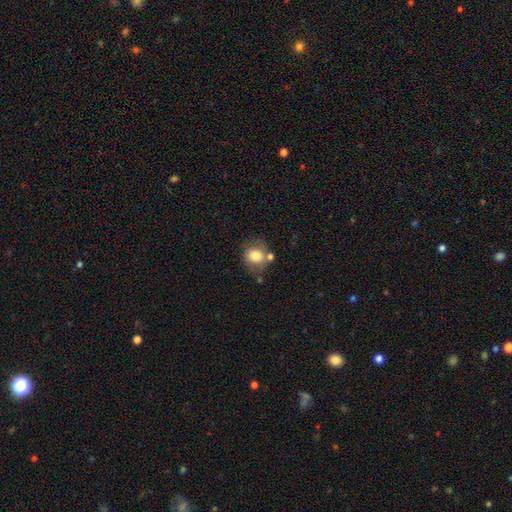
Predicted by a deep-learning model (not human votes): Smooth or featured: smooth — 76% (featured or disk — 15%)
How rounded: round — 73% (in between — 26%)
Merging: none — 60% (minor disturbance — 18%)